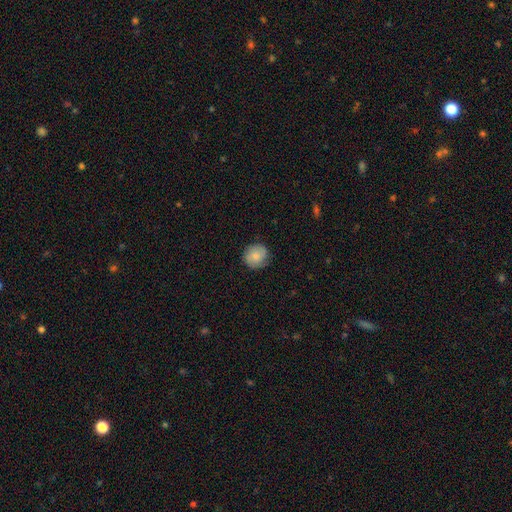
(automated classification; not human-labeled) smooth_or_featured: smooth (p=0.74) [alt: featured or disk p=0.18]
how_rounded: round (p=0.90) [alt: in between p=0.09]
merging: none (p=0.82) [alt: minor disturbance p=0.14]